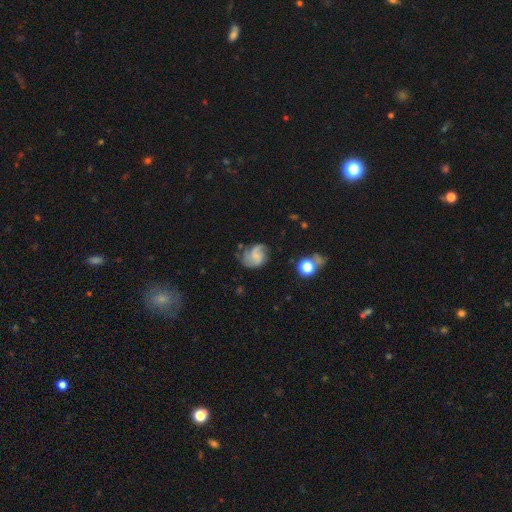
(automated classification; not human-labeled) Morphology: type=featured or disk (57%); edge-on=no (98%); bar=no (57%); spiral arms=yes (87%); bulge=none (46%); merging=none (55%).